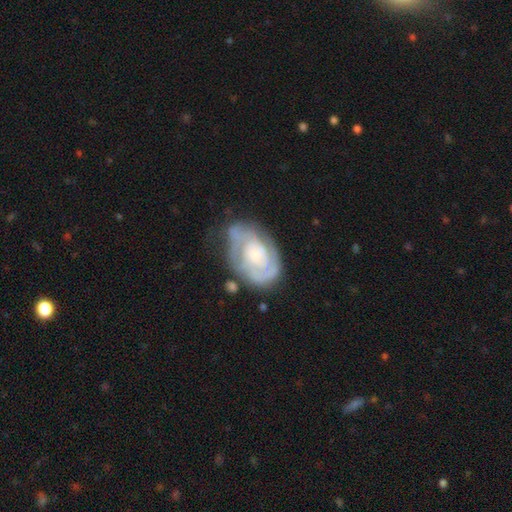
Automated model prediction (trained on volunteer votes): This appears to be a featured or disk galaxy (80%) with no bar (71%), 2 (45%) tight (63%) spiral arms (90%) and a small central bulge (48%). Merging: none (60%).